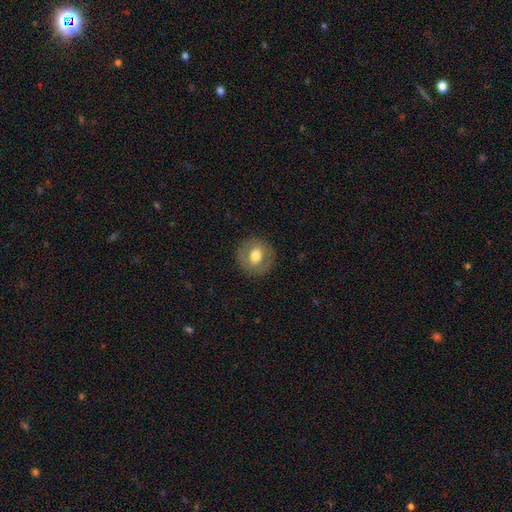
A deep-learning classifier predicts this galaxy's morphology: Smooth or featured? Predicted: smooth (p=0.60). How rounded? Predicted: round (p=0.84). Merging? Predicted: none (p=0.86).